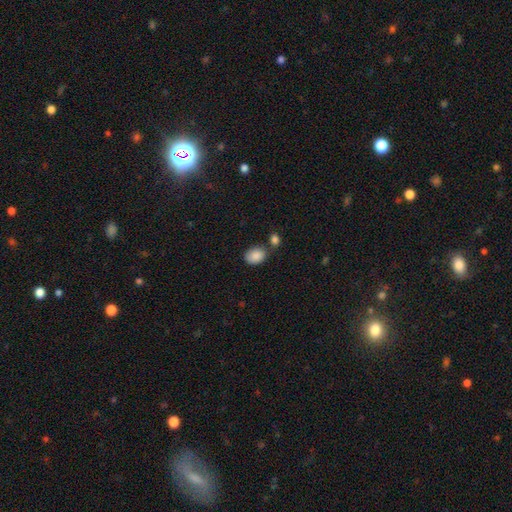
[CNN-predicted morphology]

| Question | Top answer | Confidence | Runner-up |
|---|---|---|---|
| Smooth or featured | smooth | 88% | star or artifact (8%) |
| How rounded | in between | 73% | round (26%) |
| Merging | none | 62% | merger (17%) |